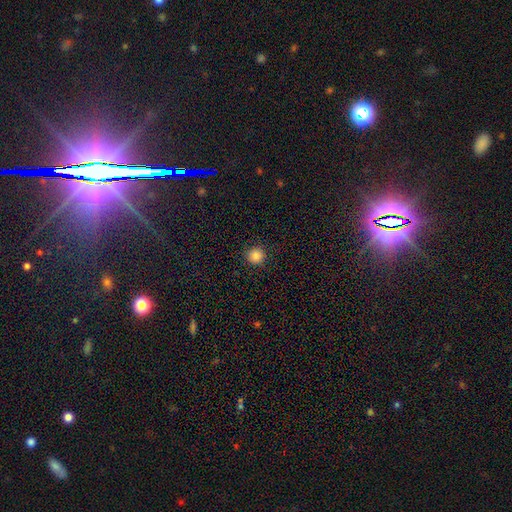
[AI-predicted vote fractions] This is clearly a smooth galaxy (85%). How rounded: clearly round (95%). Merging: clearly none (91%).